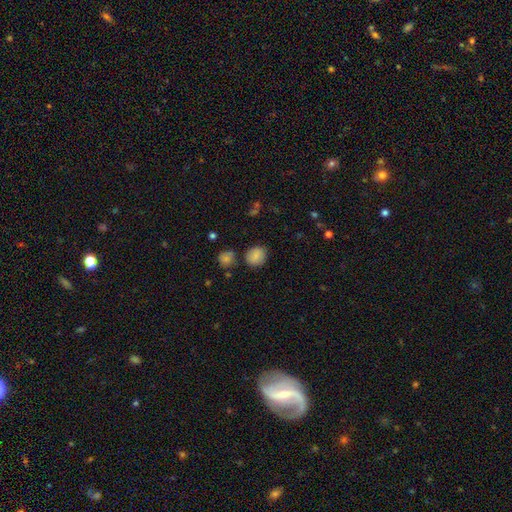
A smooth galaxy with no disk features (92%) that is round (81%).

Vote fractions:
- Smooth or featured? smooth: 92% / featured or disk: 5% / star or artifact: 2%
- How rounded? round: 81% / in between: 19% / cigar-shaped: 0%
- Merging? none: 77% / minor disturbance: 18% / merger: 5% / major disturbance: 0%